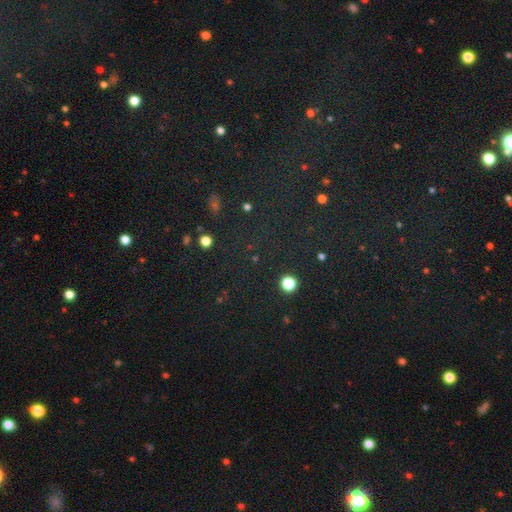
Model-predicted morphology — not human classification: This is likely a star or artifact rather than a galaxy (75%).